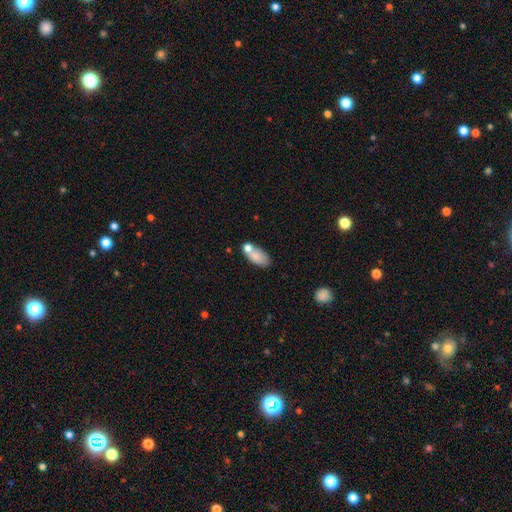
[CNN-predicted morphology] smooth 77%, featured or disk 15%, star or artifact 8%. Down the decision tree: how rounded — in between (88%); merging — none (52%).